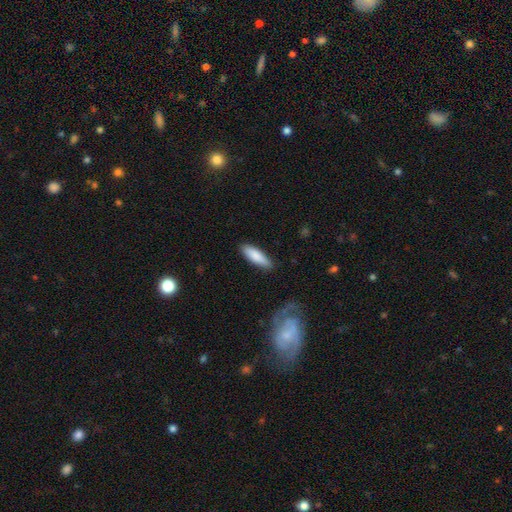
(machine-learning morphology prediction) The model was most divided on "how rounded": cigar-shaped: 50%, in between: 48%, round: 2%. More confident: smooth or featured — smooth (84%); merging — none (83%).